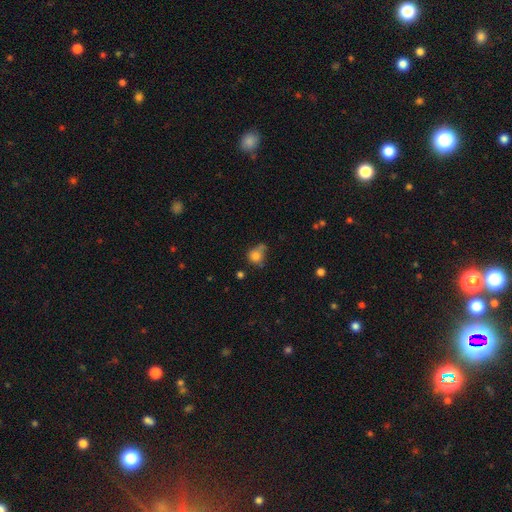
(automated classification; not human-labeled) Smooth or featured? smooth (78%)
How rounded? round (71%)
Merging? none (40%)